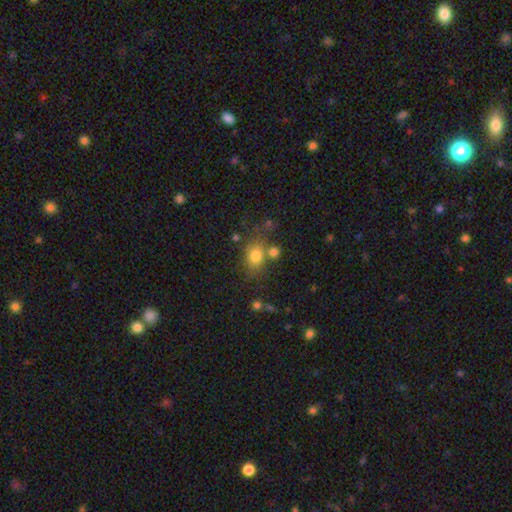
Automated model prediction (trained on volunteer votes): A smooth galaxy with no disk features (78%) that is in between round and cigar-shaped (58%). Merging: none (61%).